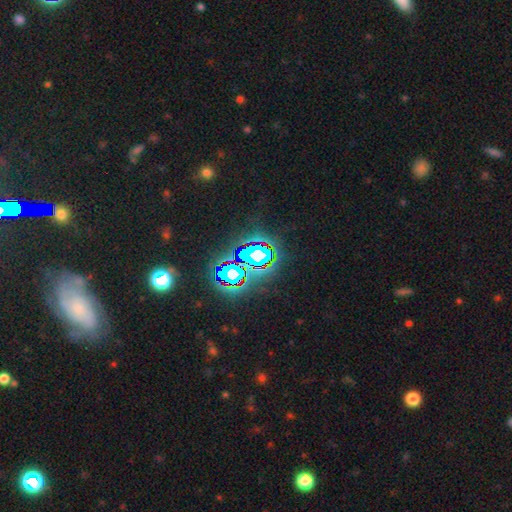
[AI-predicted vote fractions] This is likely a star or artifact rather than a galaxy (78%).